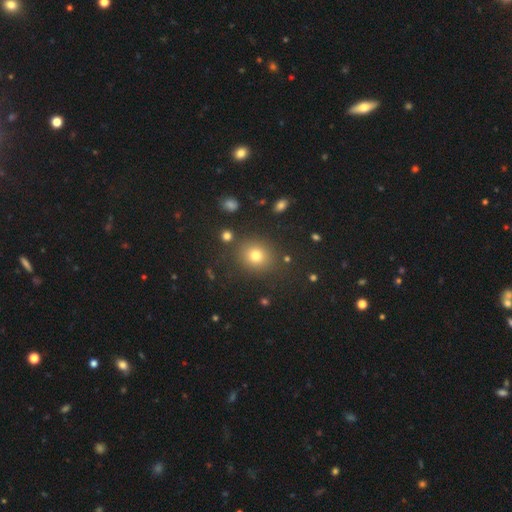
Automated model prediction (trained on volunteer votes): Smooth or featured: smooth — 76% (star or artifact — 16%)
How rounded: round — 82% (in between — 17%)
Merging: none — 85% (minor disturbance — 8%)